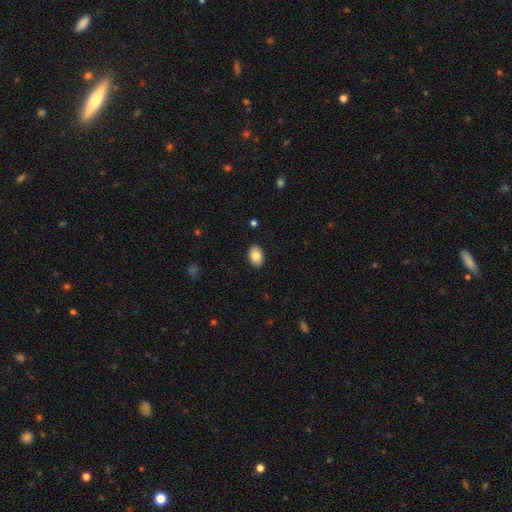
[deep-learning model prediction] Overall: smooth (83%). How rounded: in between (85%). Merging: none (90%).